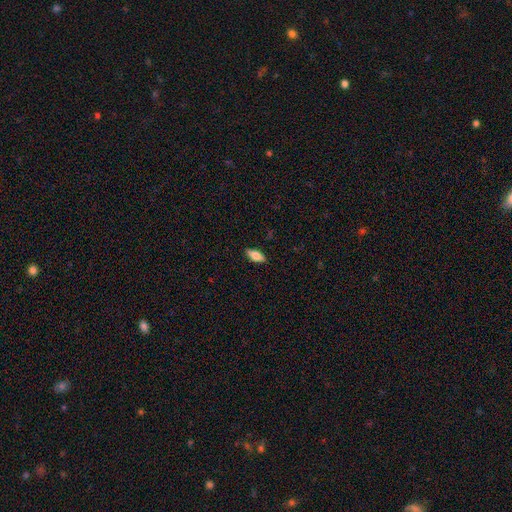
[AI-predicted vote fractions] Smooth or featured? Predicted: smooth (p=0.74). How rounded? Predicted: in between (p=0.80). Merging? Predicted: none (p=0.89).